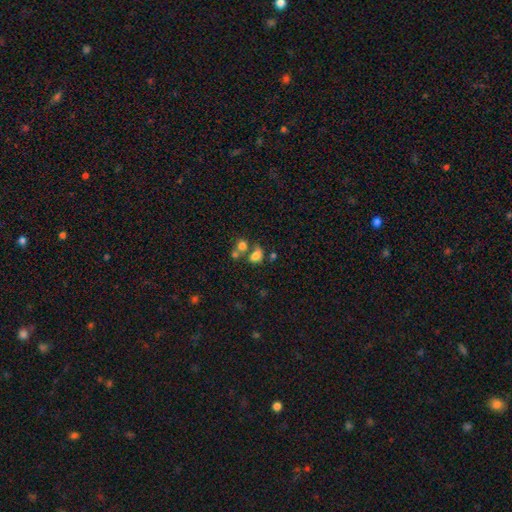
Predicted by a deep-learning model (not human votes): The model was most divided on "merging": merger: 40%, none: 39%, minor disturbance: 13%, major disturbance: 8%. More confident: smooth or featured — smooth (73%); how rounded — in between (69%).